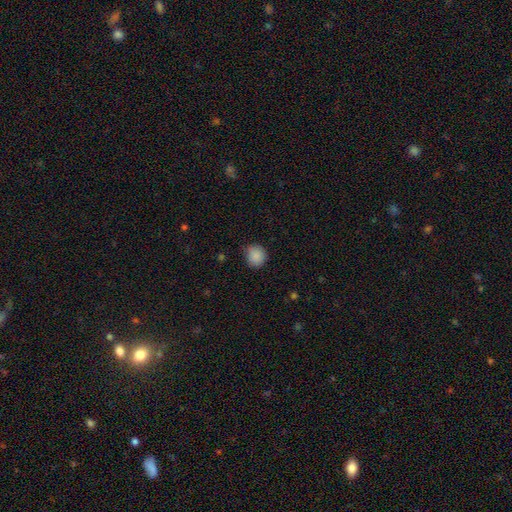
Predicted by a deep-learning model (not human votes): smooth 88%, star or artifact 9%, featured or disk 3%. Down the decision tree: how rounded — round (85%); merging — none (78%).